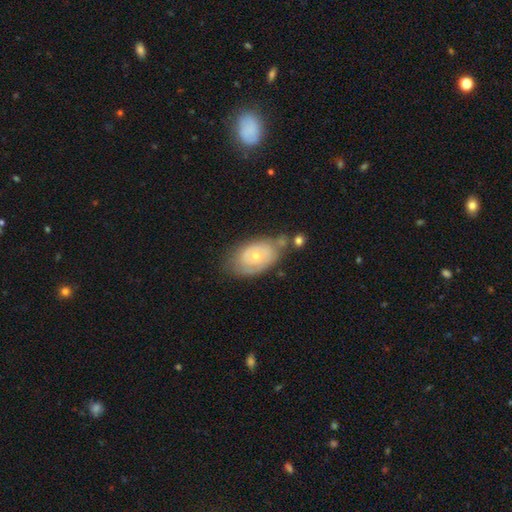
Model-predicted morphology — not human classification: The model was most divided on "merging": none: 53%, minor disturbance: 26%, merger: 12%, major disturbance: 9%. More confident: edge-on disk — no (94%); bar — no (79%); spiral arms — yes (69%); bulge size — small (65%); smooth or featured — featured or disk (61%).